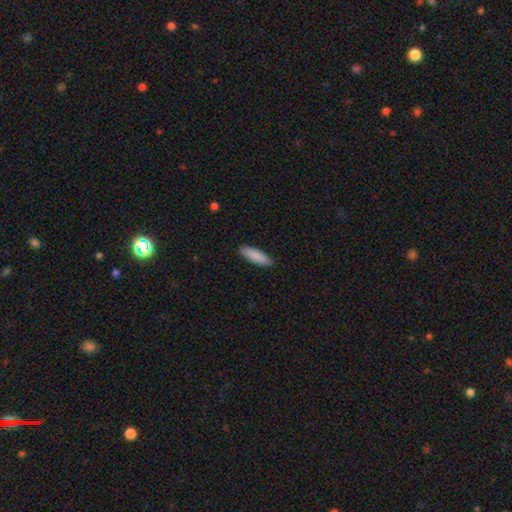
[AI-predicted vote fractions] The model was most divided on "how rounded": cigar-shaped: 56%, in between: 43%, round: 1%. More confident: merging — none (89%); smooth or featured — smooth (88%).